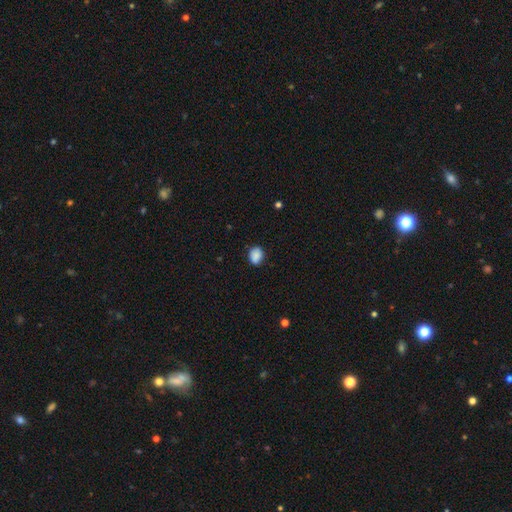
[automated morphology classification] smooth 86%, star or artifact 9%, featured or disk 5%. Down the decision tree: how rounded — in between (55%); merging — none (77%).